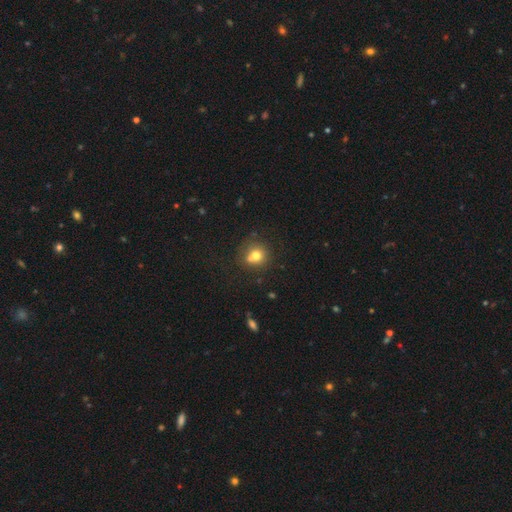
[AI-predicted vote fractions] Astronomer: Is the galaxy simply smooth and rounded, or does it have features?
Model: smooth — 72%.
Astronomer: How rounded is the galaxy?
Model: round — 86%.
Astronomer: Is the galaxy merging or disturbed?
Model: none — 55%.